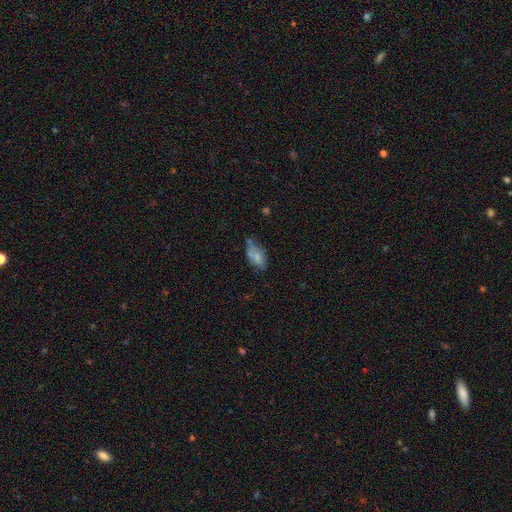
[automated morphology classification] smooth 69%, featured or disk 21%, star or artifact 10%. Down the decision tree: how rounded — in between (92%); merging — none (50%).